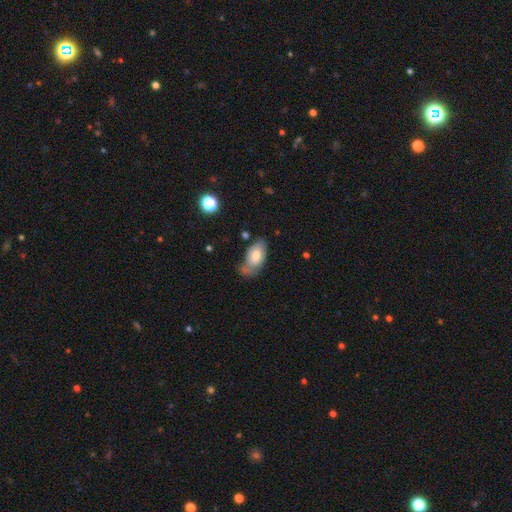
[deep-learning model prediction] The model was most divided on "merging": none: 44%, minor disturbance: 31%, merger: 14%, major disturbance: 12%. More confident: how rounded — in between (93%); smooth or featured — smooth (70%).